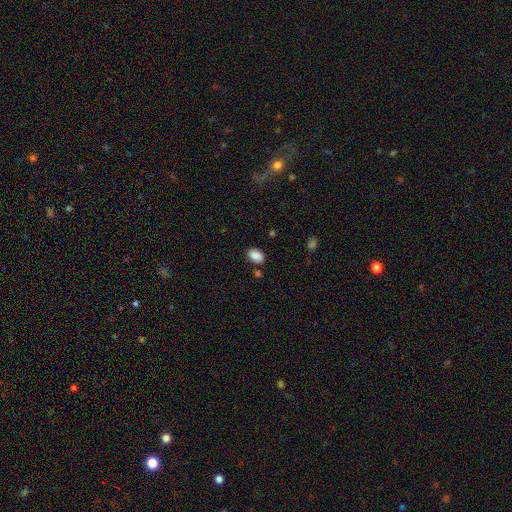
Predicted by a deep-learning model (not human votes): smooth_or_featured: smooth (p=0.89) [alt: star or artifact p=0.08]
how_rounded: in between (p=0.88) [alt: round p=0.10]
merging: none (p=0.82) [alt: minor disturbance p=0.11]